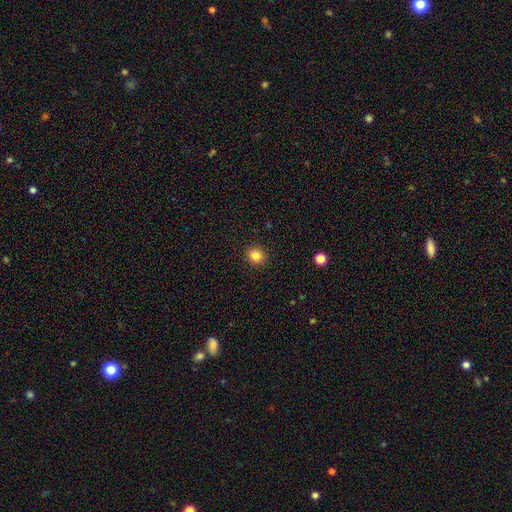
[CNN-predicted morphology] Smooth or featured? smooth (84%)
How rounded? round (80%)
Merging? none (91%)